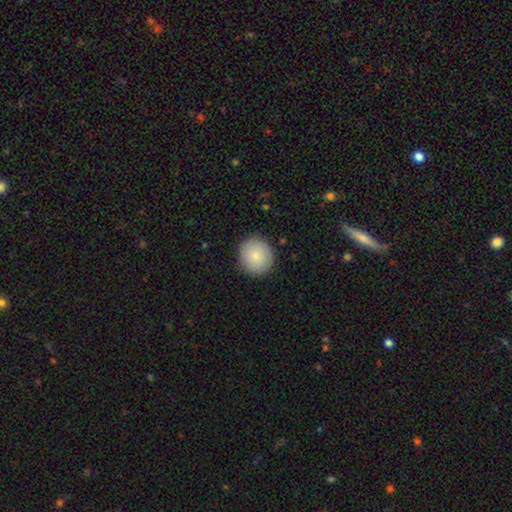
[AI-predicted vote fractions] Smooth or featured? smooth (85%)
How rounded? round (90%)
Merging? none (89%)